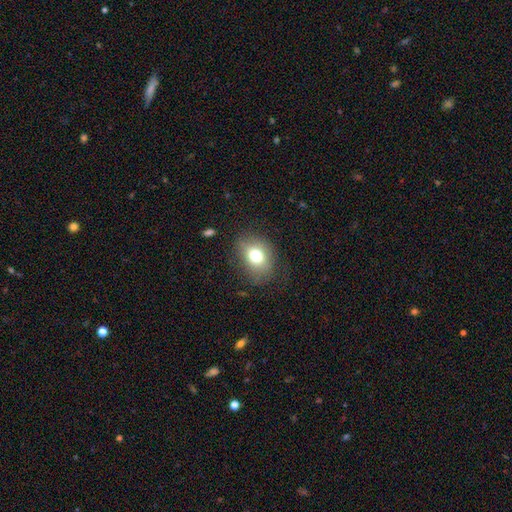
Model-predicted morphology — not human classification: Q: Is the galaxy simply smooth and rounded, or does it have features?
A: smooth — 74%.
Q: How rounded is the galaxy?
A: in between — 63%.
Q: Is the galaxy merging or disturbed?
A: none — 73%.